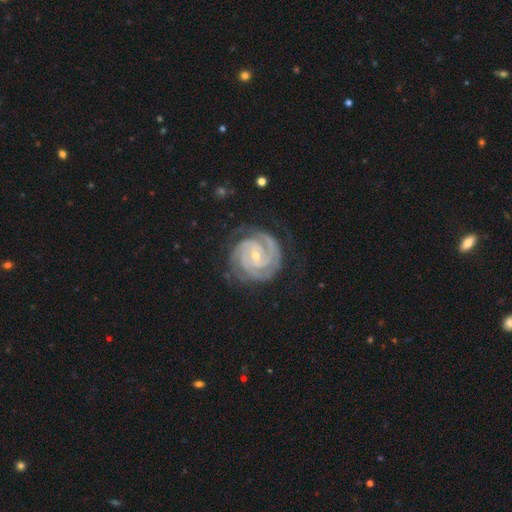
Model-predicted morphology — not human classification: featured or disk 93%, star or artifact 4%, smooth 3%. Down the decision tree: edge-on disk — no (98%); bar — no (50%); spiral arms — yes (99%); spiral arm count — 3 (35%); spiral winding — tight (80%); bulge size — small (67%); merging — none (77%).